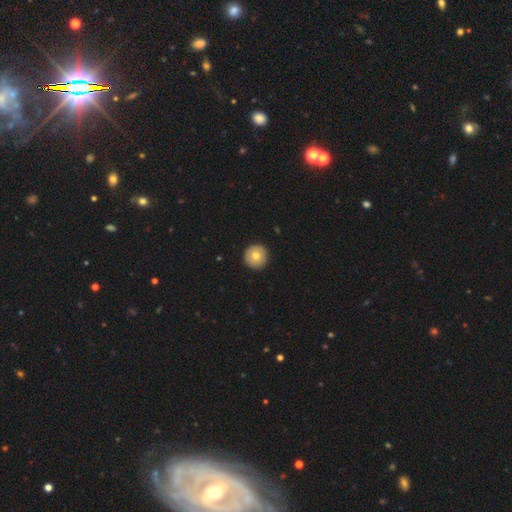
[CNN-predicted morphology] Smooth or featured?
  - smooth: 76% *
  - featured or disk: 17%
  - star or artifact: 7%
How rounded?
  - round: 97% *
  - in between: 2%
  - cigar-shaped: 1%
Merging?
  - none: 93% *
  - minor disturbance: 5%
  - major disturbance: 1%
  - merger: 1%